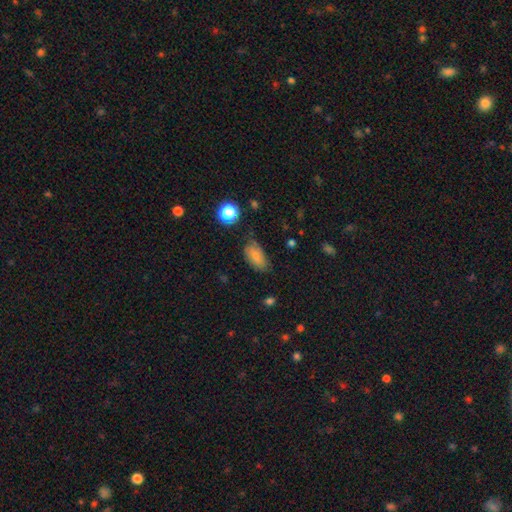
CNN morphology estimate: type=smooth (77%); roundness=in between (91%); merging=none (64%).